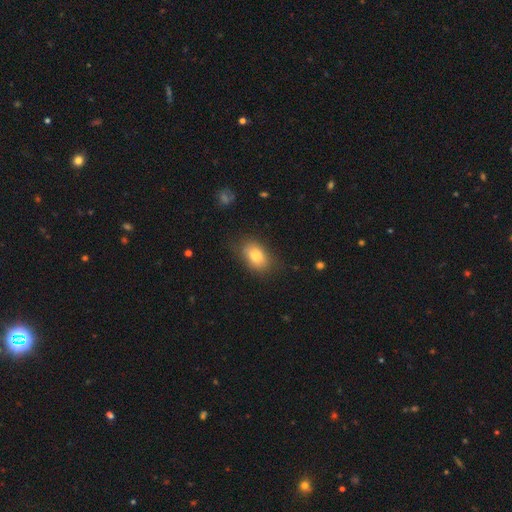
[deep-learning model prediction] This appears to be a smooth galaxy with no disk features (82%) that is in between round and cigar-shaped (86%). Merging: none (76%).